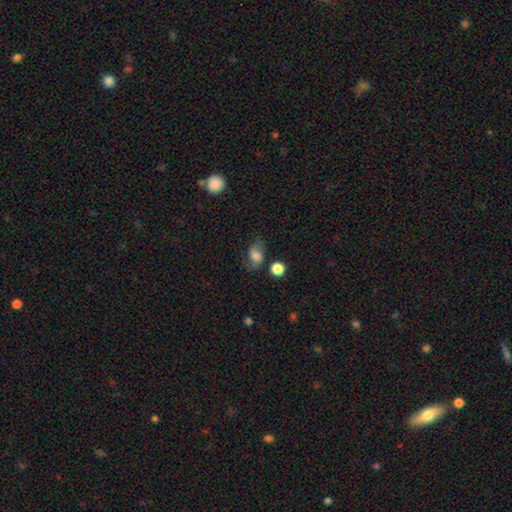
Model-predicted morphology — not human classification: smooth_or_featured: smooth (p=0.57) [alt: featured or disk p=0.32]
how_rounded: in between (p=0.70) [alt: round p=0.28]
merging: none (p=0.60) [alt: minor disturbance p=0.23]